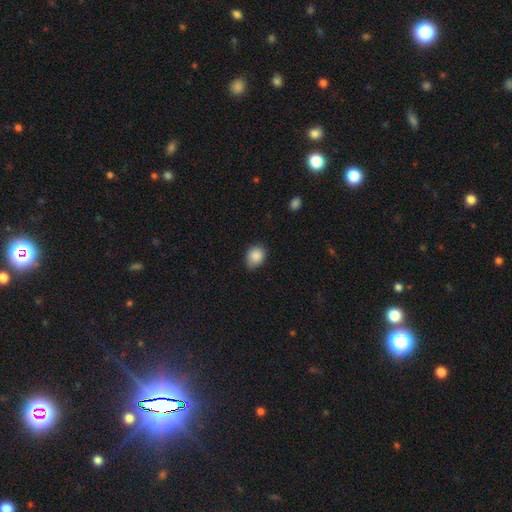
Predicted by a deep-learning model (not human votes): Smooth or featured? smooth (88%)
How rounded? round (53%)
Merging? none (74%)